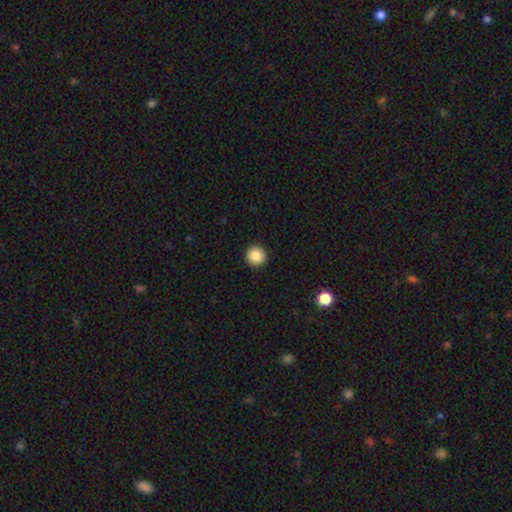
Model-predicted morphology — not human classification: Smooth or featured? smooth (86%)
How rounded? round (95%)
Merging? none (93%)